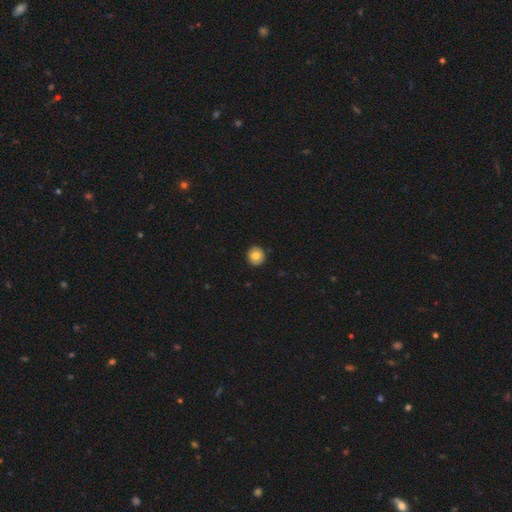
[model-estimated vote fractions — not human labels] The model was most divided on "smooth or featured": smooth: 76%, featured or disk: 16%, star or artifact: 8%. More confident: how rounded — round (91%); merging — none (90%).